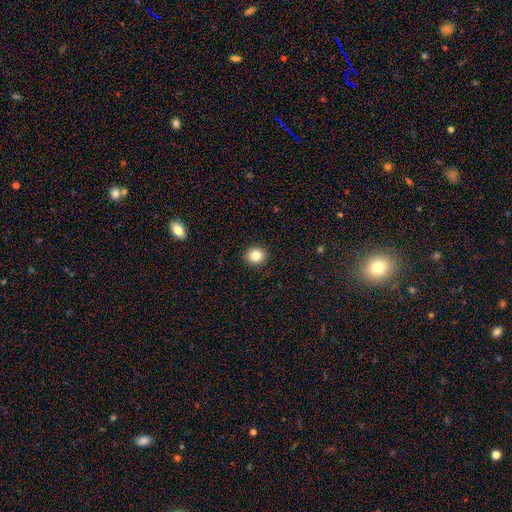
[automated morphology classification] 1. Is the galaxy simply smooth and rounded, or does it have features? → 84% smooth, 10% star or artifact, 6% featured or disk.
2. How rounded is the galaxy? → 84% round, 16% in between, 1% cigar-shaped.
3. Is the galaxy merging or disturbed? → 92% none, 5% minor disturbance, 2% major disturbance, 1% merger.